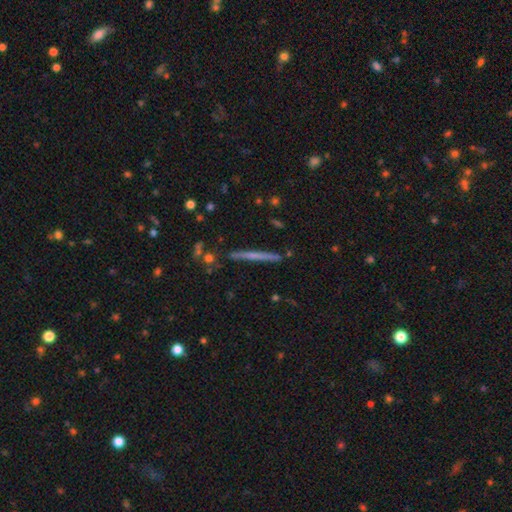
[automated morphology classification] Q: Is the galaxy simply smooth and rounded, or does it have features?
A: featured or disk — 56%.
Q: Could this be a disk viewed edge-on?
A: yes — 97%.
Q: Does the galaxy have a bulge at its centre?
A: none — 67%.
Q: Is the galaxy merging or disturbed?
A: none — 89%.